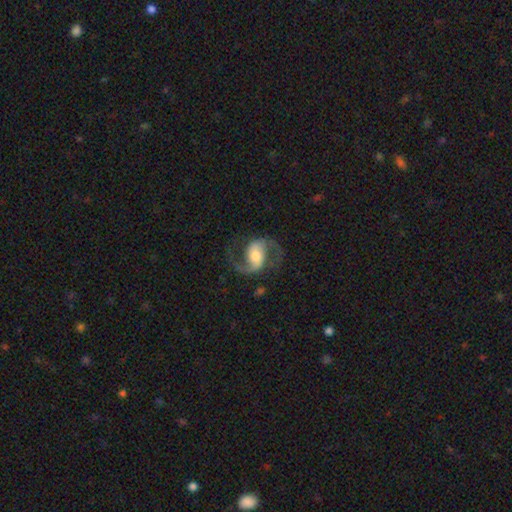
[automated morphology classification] Overall: featured or disk (89%). Edge-on disk: no (98%). Bar: weak (39%; strong 33%). Spiral arms: yes (97%). Spiral arm count: 2 (94%). Spiral winding: medium (47%; loose 46%). Bulge size: moderate (58%; small 22%). Merging: none (76%).